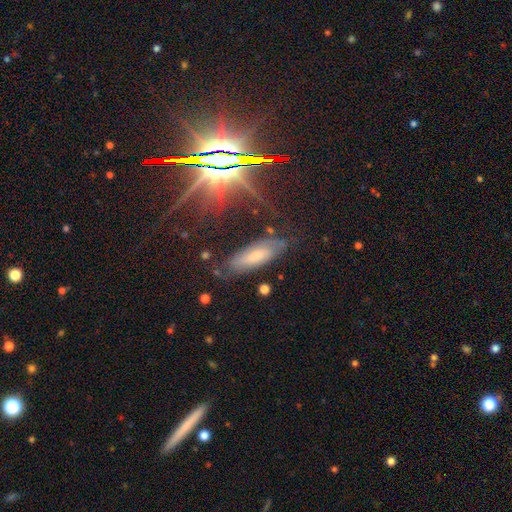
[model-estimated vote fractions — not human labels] This appears to be a smooth galaxy with no disk features (39%). Merging: none (73%).